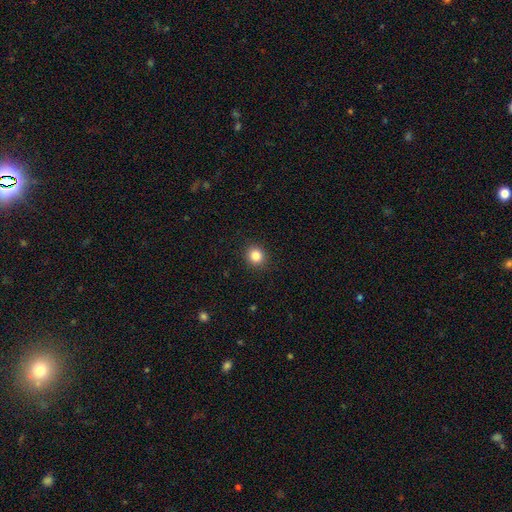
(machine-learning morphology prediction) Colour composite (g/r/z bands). It shows a smooth galaxy with no disk features (85%) that is round (86%). Merging: none (92%).